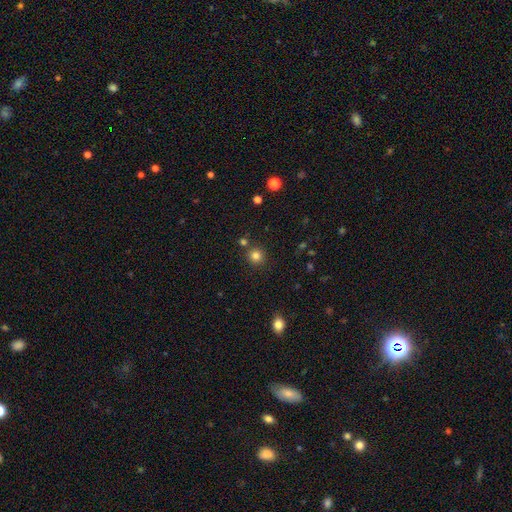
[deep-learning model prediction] smooth 81%, star or artifact 14%, featured or disk 5%. Down the decision tree: how rounded — round (93%); merging — none (83%).